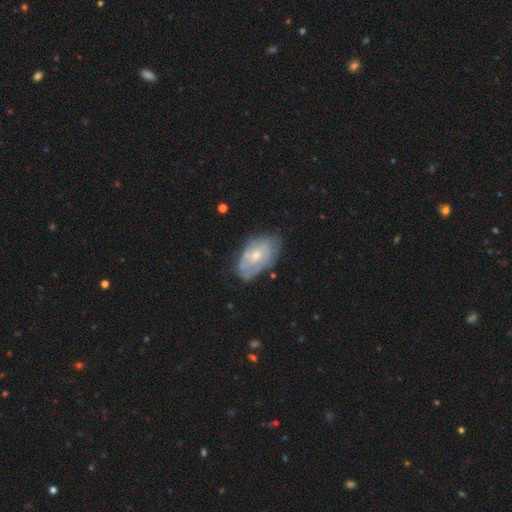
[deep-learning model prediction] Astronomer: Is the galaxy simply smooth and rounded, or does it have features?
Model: featured or disk — 60%.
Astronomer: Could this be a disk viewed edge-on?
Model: no — 94%.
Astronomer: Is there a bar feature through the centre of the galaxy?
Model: no — 79%.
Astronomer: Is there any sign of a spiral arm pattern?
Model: yes — 55% (runner-up: no, 45%).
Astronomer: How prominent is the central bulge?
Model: small — 50% (runner-up: moderate, 45%).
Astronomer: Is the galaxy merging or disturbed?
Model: none — 59%.